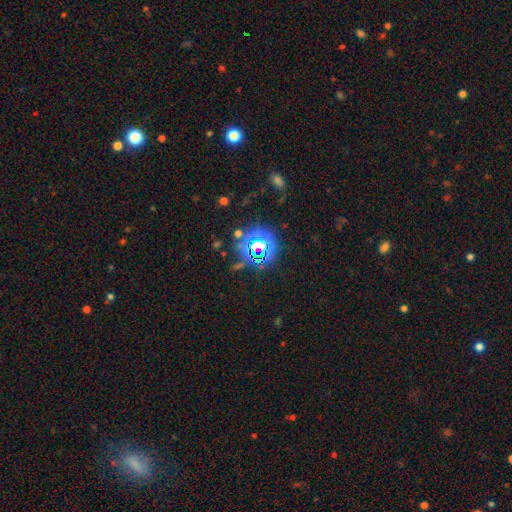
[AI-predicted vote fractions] Smooth or featured? Predicted: star or artifact (p=0.76).